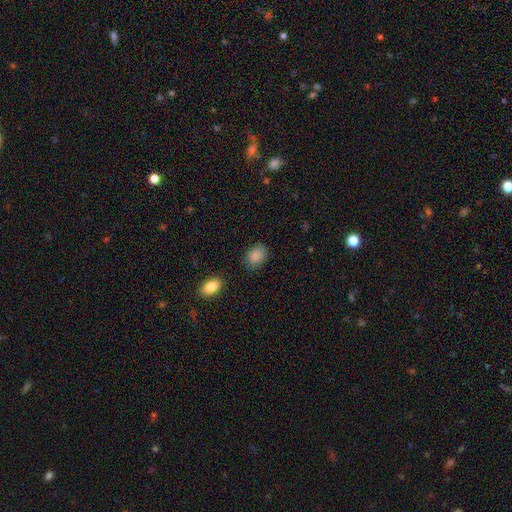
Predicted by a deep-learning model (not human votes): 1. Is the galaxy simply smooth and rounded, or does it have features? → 87% smooth, 8% star or artifact, 5% featured or disk.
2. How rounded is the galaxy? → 65% in between, 34% round, 1% cigar-shaped.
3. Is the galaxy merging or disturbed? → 77% none, 18% minor disturbance, 4% major disturbance, 2% merger.